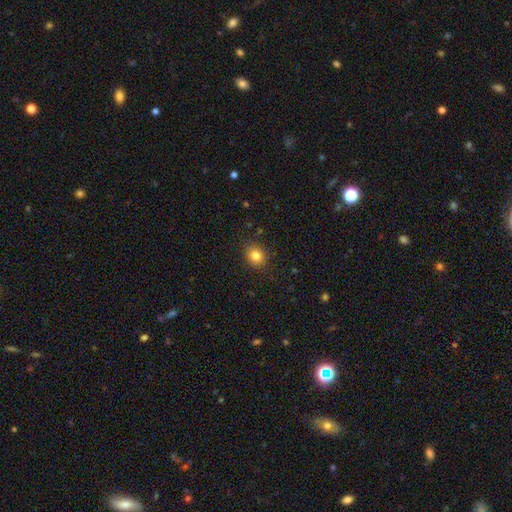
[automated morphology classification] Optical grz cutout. It shows a smooth galaxy with no disk features (83%) that is round (70%). Merging: none (87%).